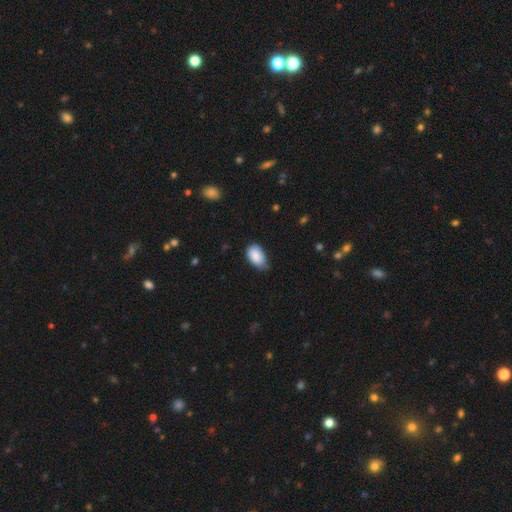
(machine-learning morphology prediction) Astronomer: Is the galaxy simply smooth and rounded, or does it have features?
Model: smooth — 88%.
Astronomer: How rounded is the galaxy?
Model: in between — 92%.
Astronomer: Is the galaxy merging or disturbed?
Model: none — 57% (runner-up: minor disturbance, 36%).